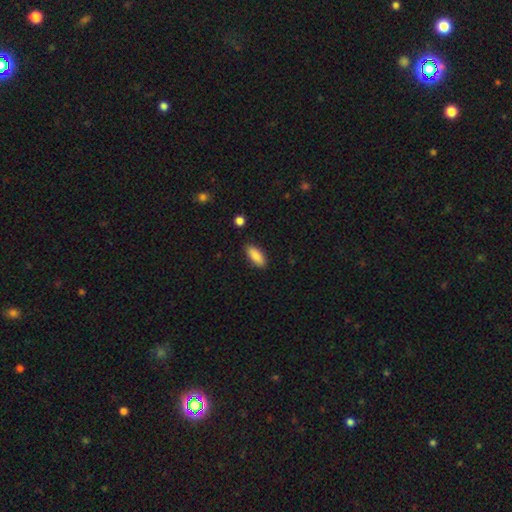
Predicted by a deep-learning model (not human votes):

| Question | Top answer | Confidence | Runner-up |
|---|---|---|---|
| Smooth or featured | smooth | 88% | star or artifact (7%) |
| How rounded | in between | 78% | cigar-shaped (20%) |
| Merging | none | 87% | minor disturbance (10%) |